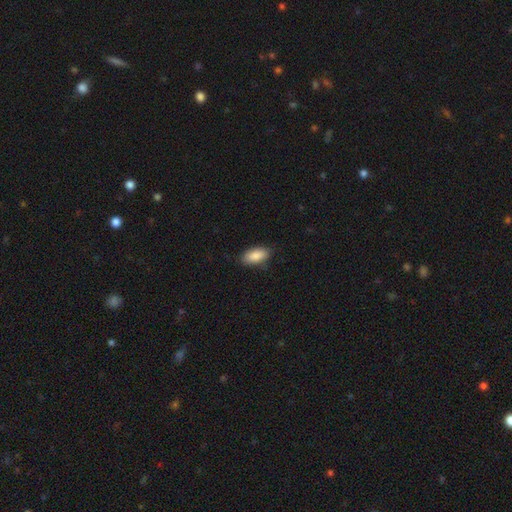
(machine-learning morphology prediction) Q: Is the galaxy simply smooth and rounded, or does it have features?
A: smooth — 88%.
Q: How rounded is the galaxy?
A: in between — 90%.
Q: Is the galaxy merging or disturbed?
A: none — 83%.